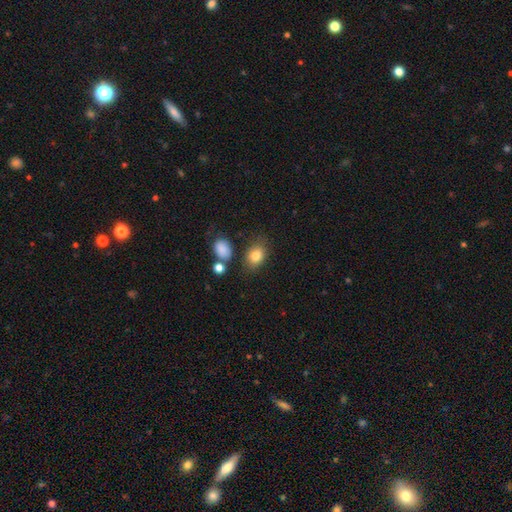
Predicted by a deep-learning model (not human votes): Morphology: type=smooth (82%); roundness=in between (74%); merging=none (72%).